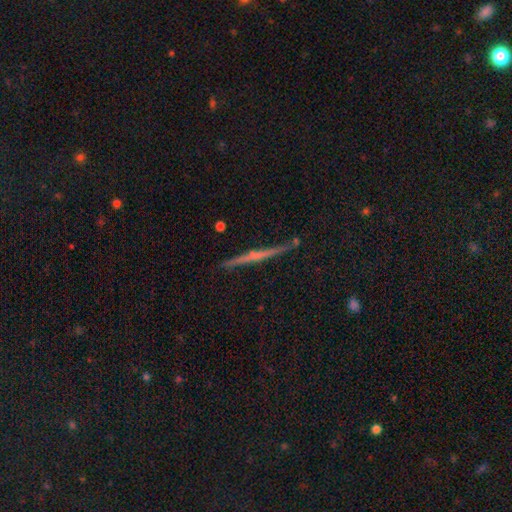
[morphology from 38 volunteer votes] smooth_or_featured: featured or disk (p=0.66) [alt: smooth p=0.34]
disk_edge_on: yes (p=0.96) [alt: no p=0.04]
edge_on_bulge: none (p=0.67) [alt: rounded p=0.33]
merging: none (p=0.87) [alt: minor disturbance p=0.11]